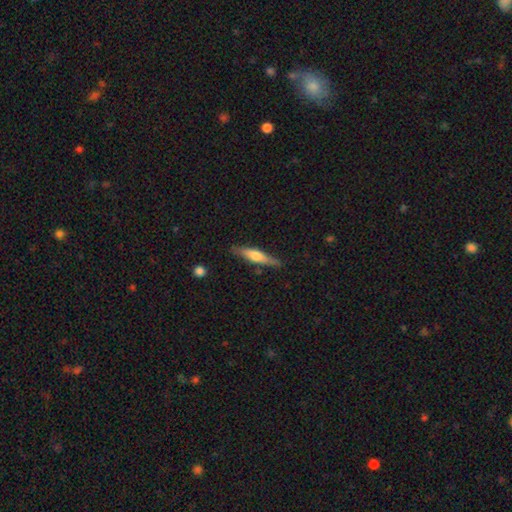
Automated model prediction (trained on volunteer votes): smooth-or-featured: smooth: 49% | featured or disk: 45% | star or artifact: 6%
  merging: none: 83% | minor disturbance: 12% | major disturbance: 2% | merger: 2%